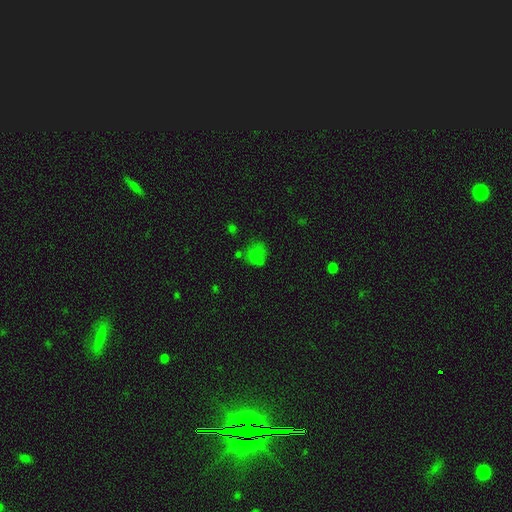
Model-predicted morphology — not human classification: Q: Smooth or featured?
A: smooth (63%); runner-up: star or artifact (21%)
Q: How rounded?
A: round (71%); runner-up: in between (28%)
Q: Merging?
A: none (48%); runner-up: minor disturbance (20%)